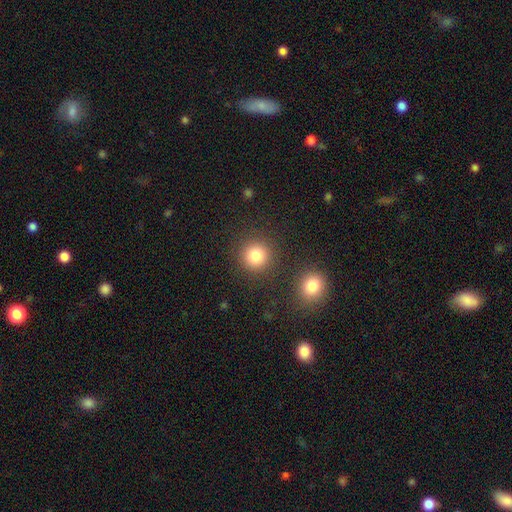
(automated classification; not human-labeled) Smooth or featured: smooth — 83% (star or artifact — 12%)
How rounded: round — 93% (in between — 6%)
Merging: none — 86% (minor disturbance — 6%)